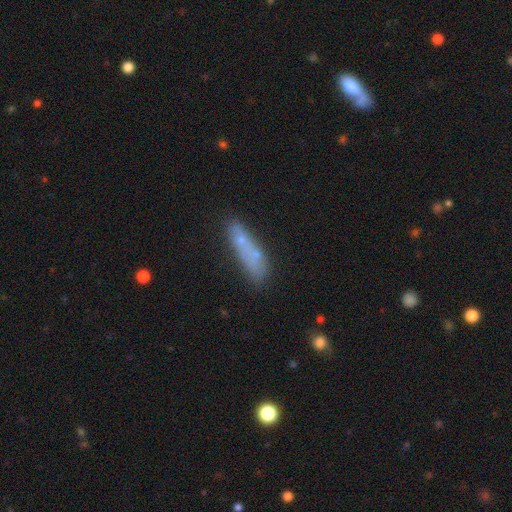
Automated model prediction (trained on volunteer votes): Smooth or featured? Predicted: smooth (p=0.57). How rounded? Predicted: cigar-shaped (p=0.67). Merging? Predicted: none (p=0.46).